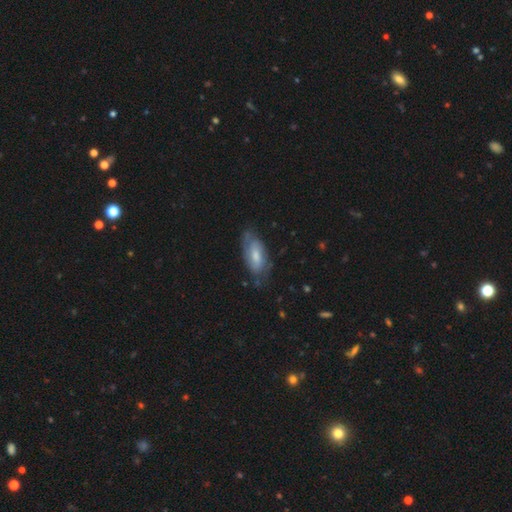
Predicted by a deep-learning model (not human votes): The model was most divided on "bar": no: 46%, weak: 42%, strong: 12%. Remaining: edge-on disk — no (91%); spiral arms — yes (82%); merging — none (63%); smooth or featured — featured or disk (56%); bulge size — moderate (48%).